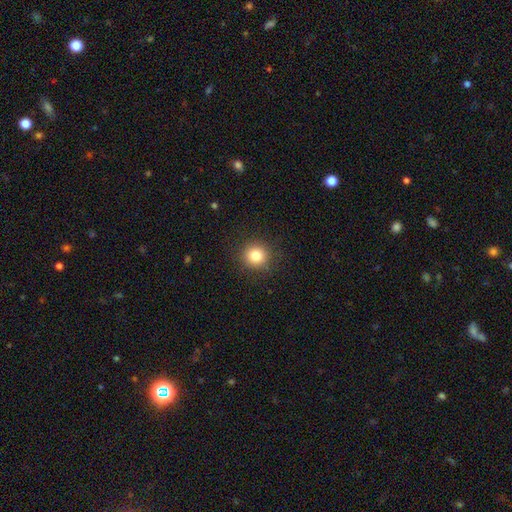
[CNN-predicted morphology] Smooth or featured? smooth (82%)
How rounded? round (92%)
Merging? none (90%)